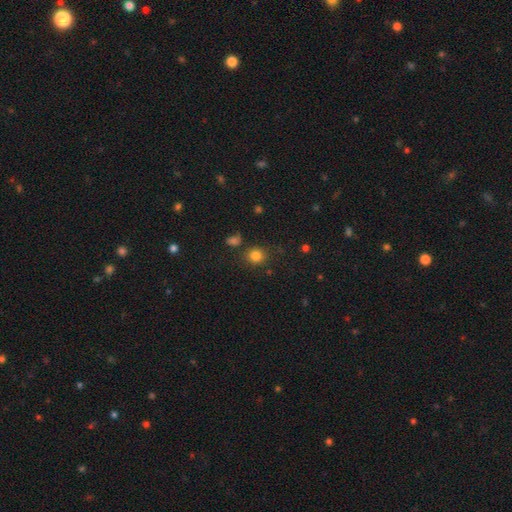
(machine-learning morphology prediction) The model was most divided on "smooth or featured": smooth: 81%, star or artifact: 13%, featured or disk: 5%. More confident: how rounded — round (84%); merging — none (80%).